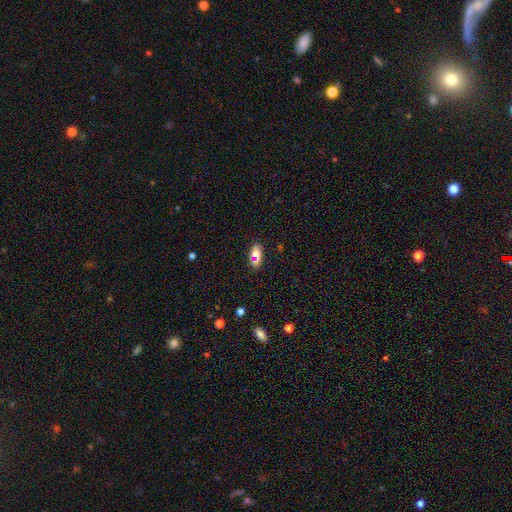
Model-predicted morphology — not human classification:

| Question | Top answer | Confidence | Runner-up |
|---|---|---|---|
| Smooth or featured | smooth | 68% | featured or disk (18%) |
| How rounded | in between | 85% | cigar-shaped (8%) |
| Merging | none | 75% | minor disturbance (13%) |